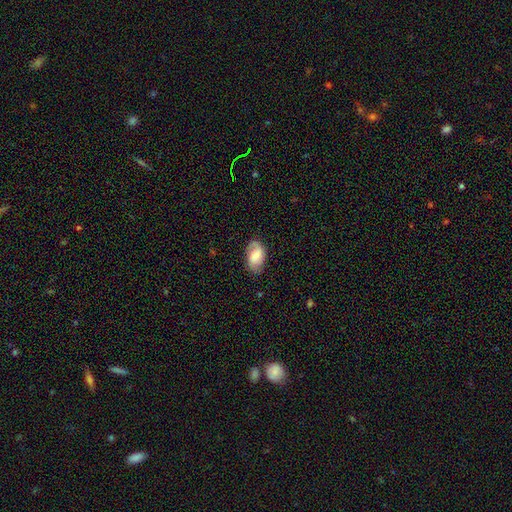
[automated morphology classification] Smooth or featured: featured or disk — 47% (smooth — 45%)
Merging: none — 71% (minor disturbance — 21%)